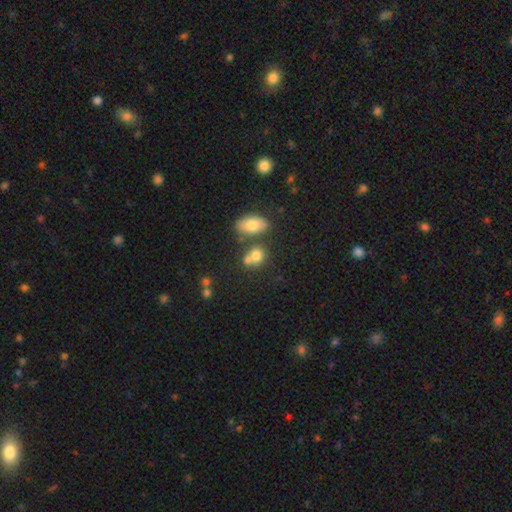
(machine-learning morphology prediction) Smooth or featured? smooth (76%)
How rounded? round (57%)
Merging? none (44%)